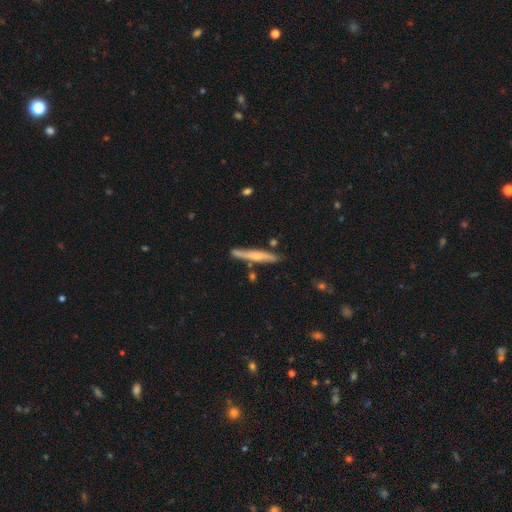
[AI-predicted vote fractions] Overall: featured or disk (50%; smooth 44%). Edge-on disk: yes (93%). Merging: none (81%).